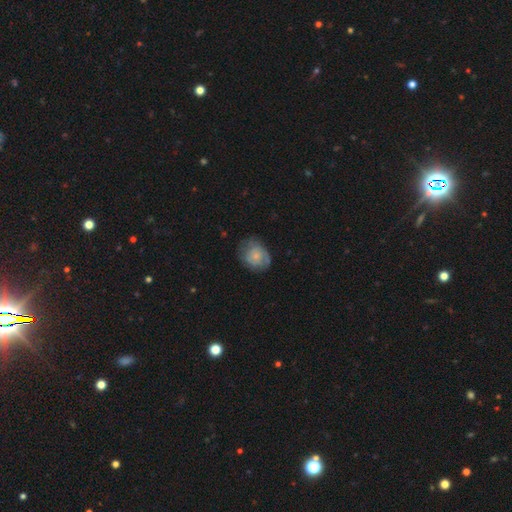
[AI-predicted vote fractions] This is possibly a smooth galaxy (54%). How rounded: possibly round (57%). Merging: possibly none (59%).